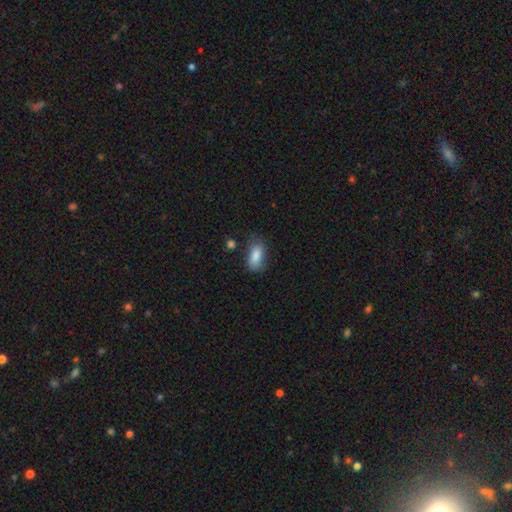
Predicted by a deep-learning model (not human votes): smooth-or-featured: smooth: 84% | featured or disk: 8% | star or artifact: 8%
  how-rounded: in between: 88% | cigar-shaped: 7% | round: 4%
  merging: none: 63% | minor disturbance: 25% | major disturbance: 8% | merger: 4%